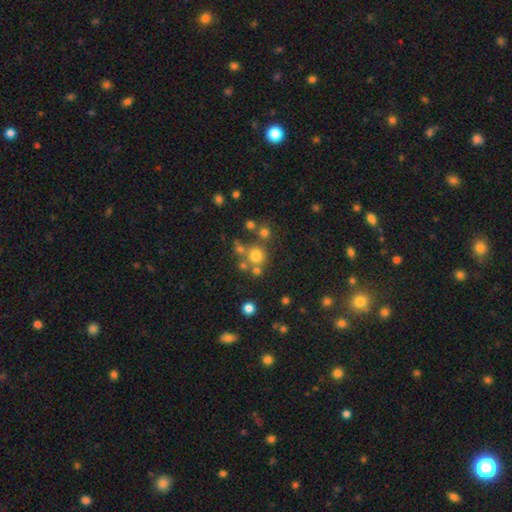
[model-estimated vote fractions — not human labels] smooth-or-featured: smooth: 70% | star or artifact: 18% | featured or disk: 11%
  how-rounded: round: 90% | in between: 9% | cigar-shaped: 1%
  merging: none: 65% | merger: 21% | minor disturbance: 9% | major disturbance: 5%